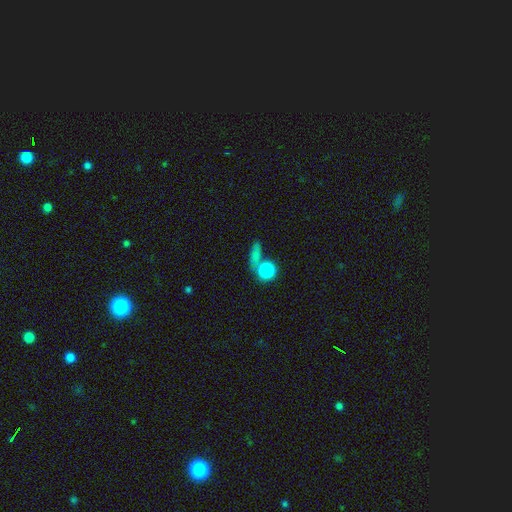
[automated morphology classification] A smooth galaxy with no disk features (70%) that is round (49%). Merging: none (50%).